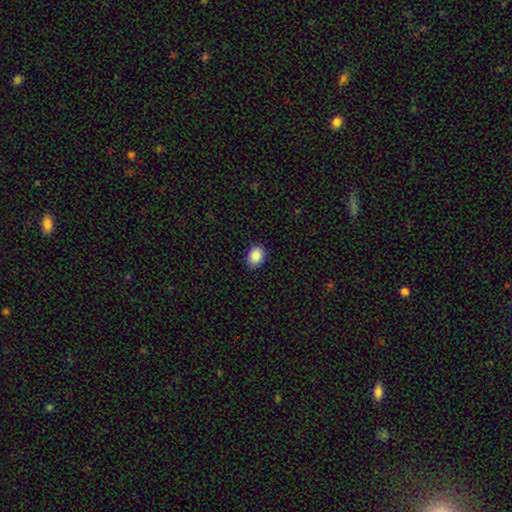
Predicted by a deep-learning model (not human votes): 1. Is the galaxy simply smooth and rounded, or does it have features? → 90% smooth, 7% star or artifact, 3% featured or disk.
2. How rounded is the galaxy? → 71% in between, 28% round, 1% cigar-shaped.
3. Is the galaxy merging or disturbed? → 88% none, 9% minor disturbance, 2% major disturbance, 1% merger.